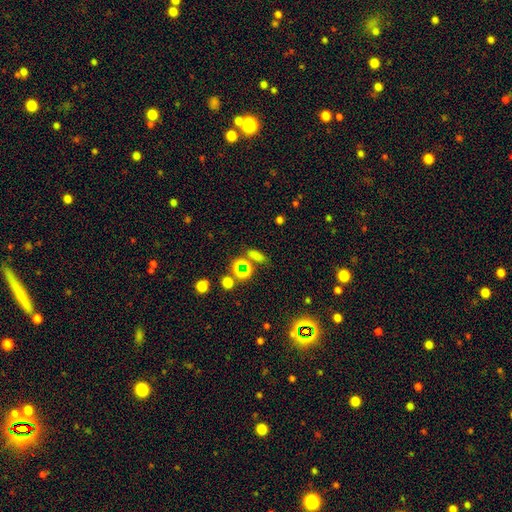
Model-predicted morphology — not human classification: Overall: smooth (57%; star or artifact 33%). How rounded: in between (51%; cigar-shaped 31%). Merging: none (70%).